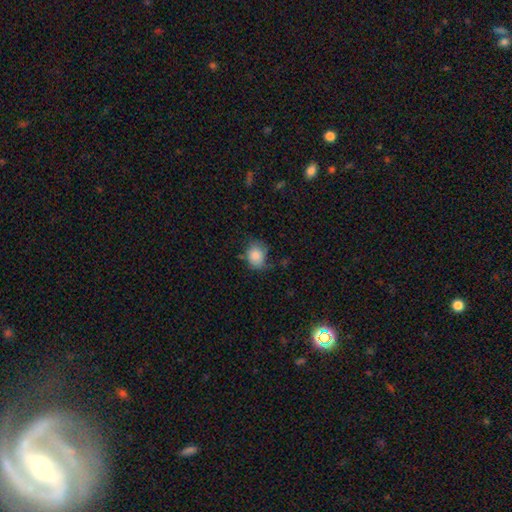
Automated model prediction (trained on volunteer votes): A smooth galaxy with no disk features (84%) that is round (55%).

Vote fractions:
- Smooth or featured? smooth: 84% / star or artifact: 9% / featured or disk: 8%
- How rounded? round: 55% / in between: 44% / cigar-shaped: 1%
- Merging? none: 54% / minor disturbance: 32% / major disturbance: 11% / merger: 3%